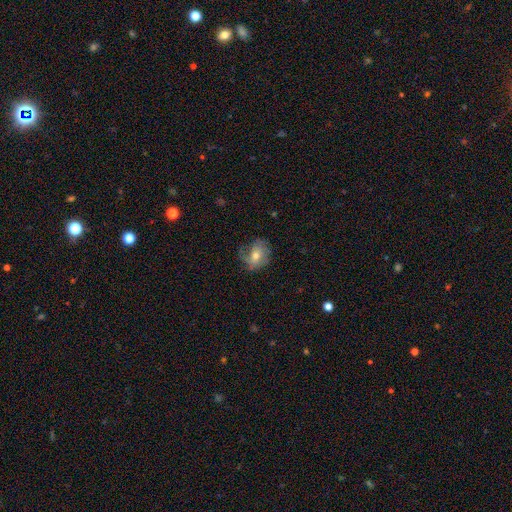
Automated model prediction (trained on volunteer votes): Smooth or featured: smooth — 52% (featured or disk — 38%)
How rounded: in between — 51% (round — 48%)
Merging: none — 53% (minor disturbance — 28%)